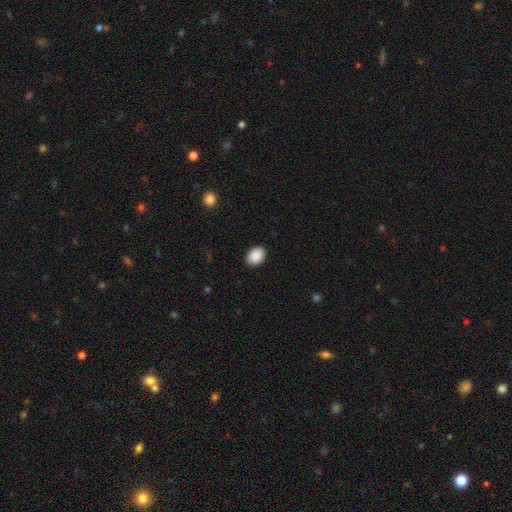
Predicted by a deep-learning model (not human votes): Smooth or featured: smooth — 90% (star or artifact — 7%)
How rounded: in between — 68% (round — 31%)
Merging: none — 90% (minor disturbance — 7%)